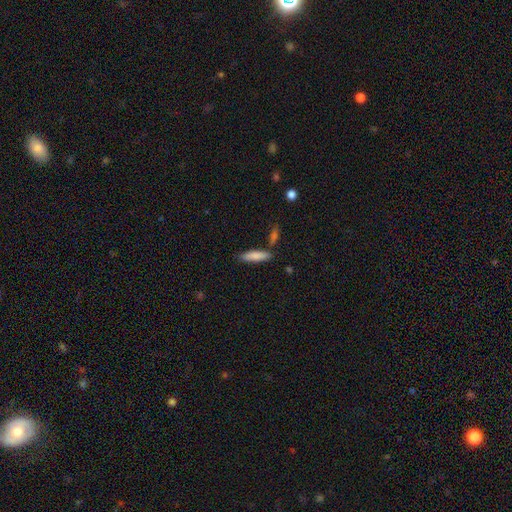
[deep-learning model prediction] A smooth galaxy with no disk features (83%) that is cigar-shaped (71%). Merging: none (79%).